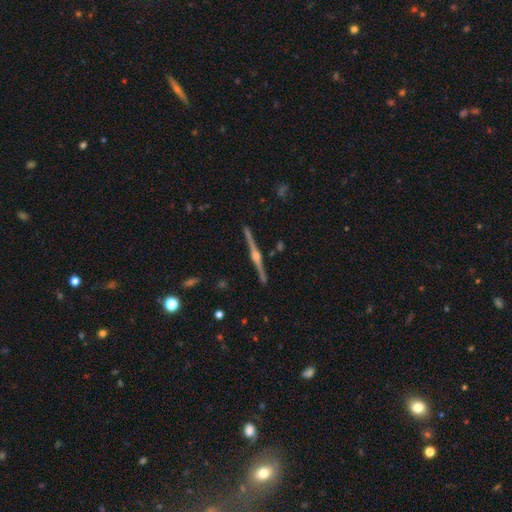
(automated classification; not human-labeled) A featured or disk galaxy (88%) viewed edge-on (99%) with a rounded central bulge (90%). Merging: none (93%).